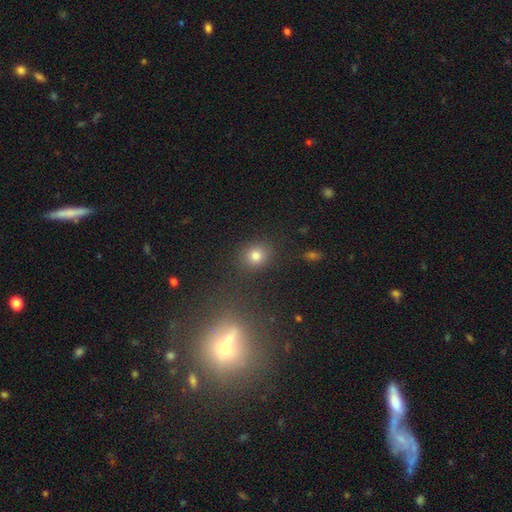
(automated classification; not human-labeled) The model was most divided on "how rounded": round: 75%, in between: 23%, cigar-shaped: 1%. More confident: merging — none (85%); smooth or featured — smooth (78%).